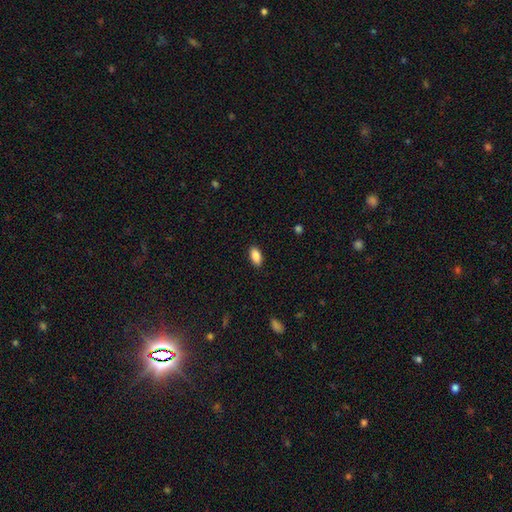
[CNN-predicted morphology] smooth 88%, star or artifact 7%, featured or disk 4%. Down the decision tree: how rounded — in between (92%); merging — none (89%).